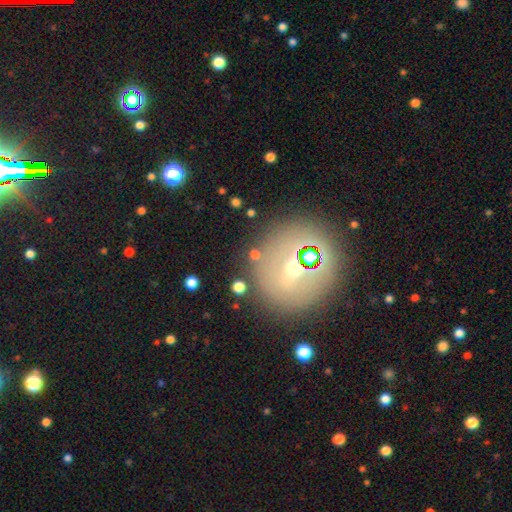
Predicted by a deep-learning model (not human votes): smooth-or-featured: featured or disk: 37% | star or artifact: 33% | smooth: 31%
  merging: none: 81% | minor disturbance: 10% | merger: 5% | major disturbance: 5%